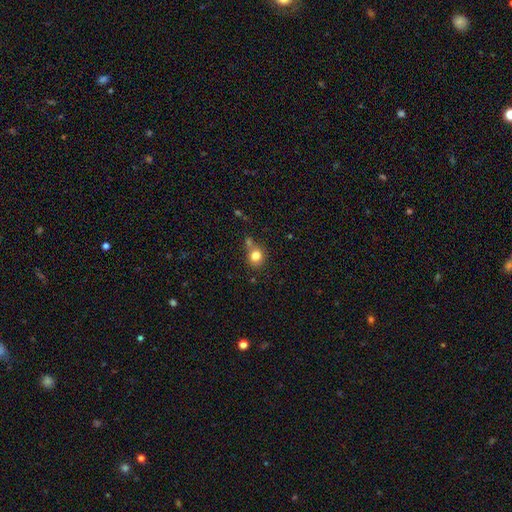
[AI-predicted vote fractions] The model was most divided on "merging": none: 61%, merger: 21%, minor disturbance: 14%, major disturbance: 4%. More confident: smooth or featured — smooth (80%); how rounded — round (77%).